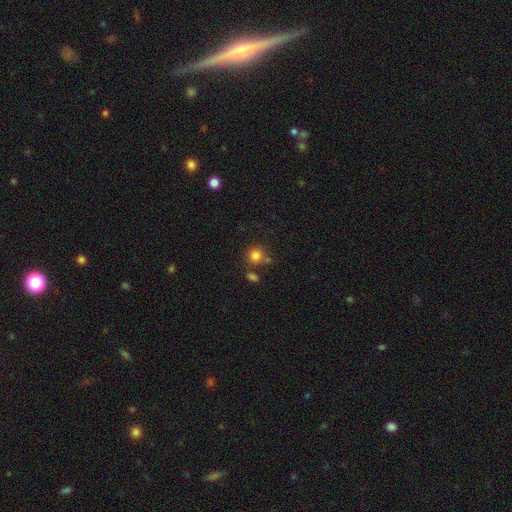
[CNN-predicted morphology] Smooth or featured: smooth — 82% (star or artifact — 12%)
How rounded: round — 89% (in between — 10%)
Merging: none — 71% (merger — 14%)